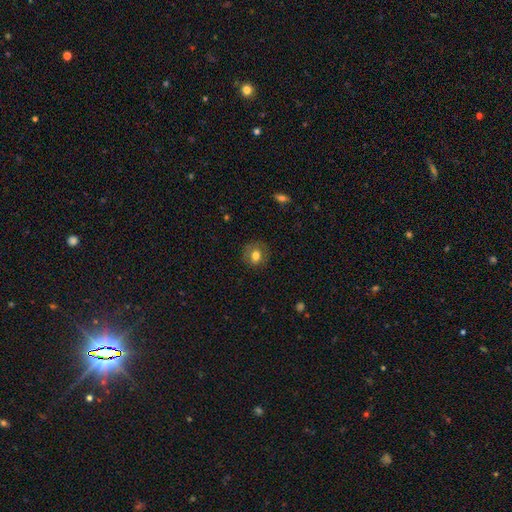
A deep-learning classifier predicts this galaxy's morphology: Smooth or featured? Predicted: smooth (p=0.70). How rounded? Predicted: round (p=0.73). Merging? Predicted: none (p=0.79).